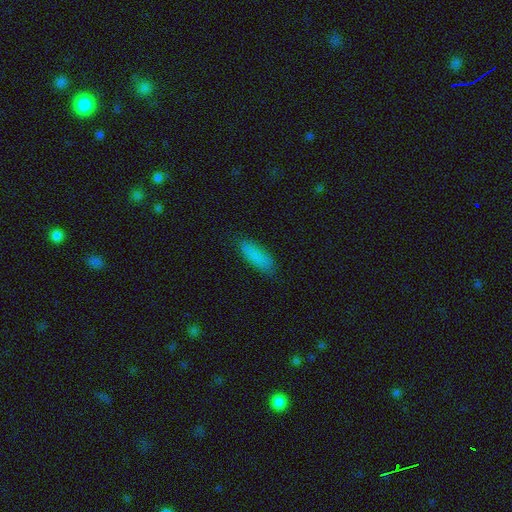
smooth-or-featured: smooth: 89% | featured or disk: 5% | star or artifact: 5%
  how-rounded: in between: 70% | cigar-shaped: 30% | round: 0%
  merging: none: 83% | minor disturbance: 11% | major disturbance: 6% | merger: 0%